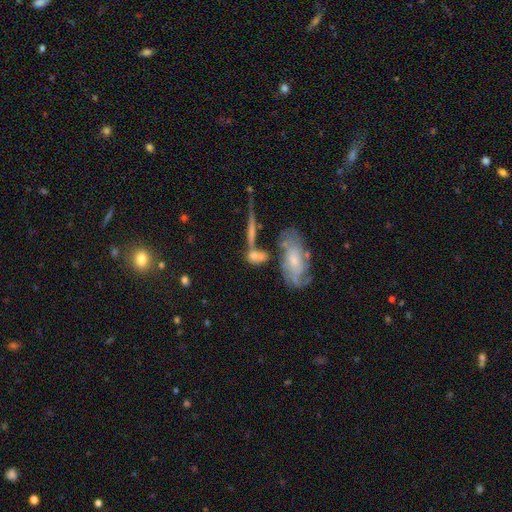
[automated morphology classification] This appears to be a smooth galaxy with no disk features (54%) that is in between round and cigar-shaped (58%). Merging: none (37%, tied with merger).